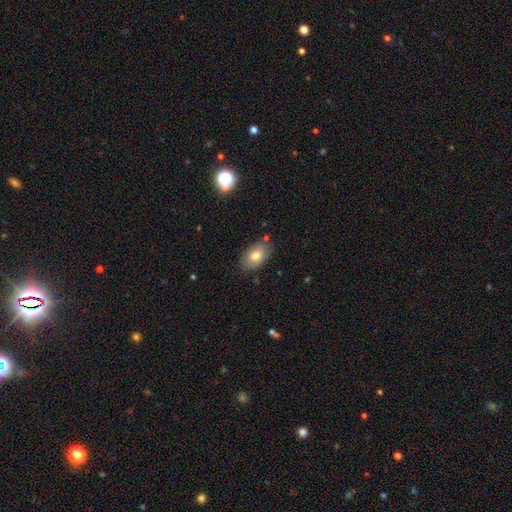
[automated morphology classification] Smooth or featured: smooth — 77% (featured or disk — 15%)
How rounded: in between — 91% (round — 7%)
Merging: none — 81% (minor disturbance — 14%)